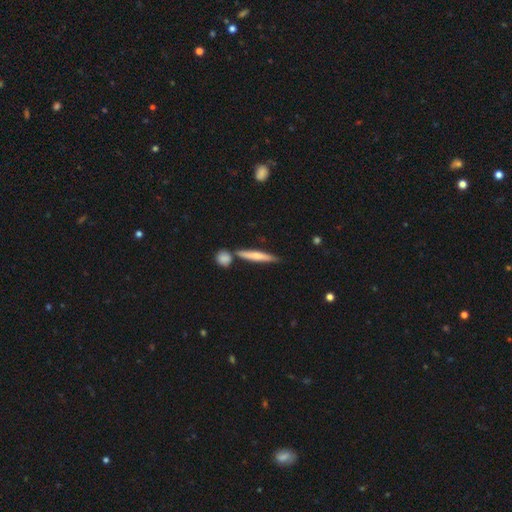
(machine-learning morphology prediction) Smooth or featured? smooth (57%)
How rounded? cigar-shaped (91%)
Merging? none (74%)